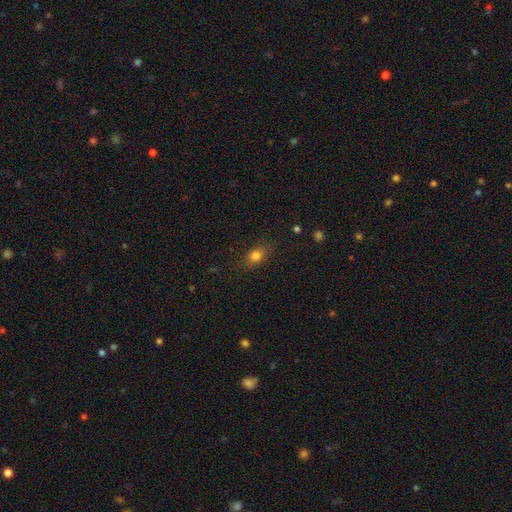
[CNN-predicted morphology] smooth-or-featured: smooth: 79% | star or artifact: 12% | featured or disk: 10%
  how-rounded: in between: 68% | round: 26% | cigar-shaped: 5%
  merging: none: 82% | minor disturbance: 14% | major disturbance: 4% | merger: 1%